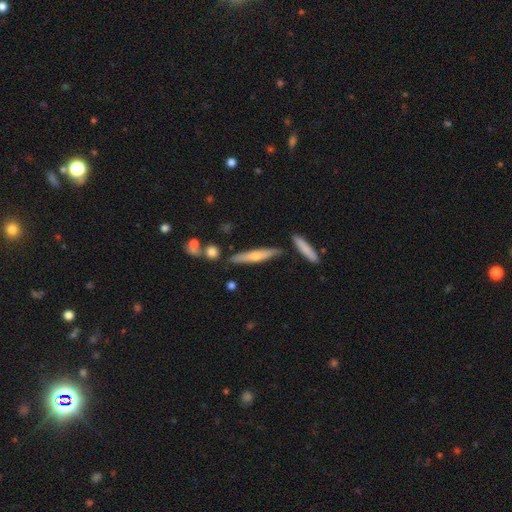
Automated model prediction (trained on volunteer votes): smooth-or-featured: featured or disk: 54% | smooth: 38% | star or artifact: 8%
  disk-edge-on: yes: 92% | no: 8%
  merging: none: 82% | minor disturbance: 10% | merger: 6% | major disturbance: 2%